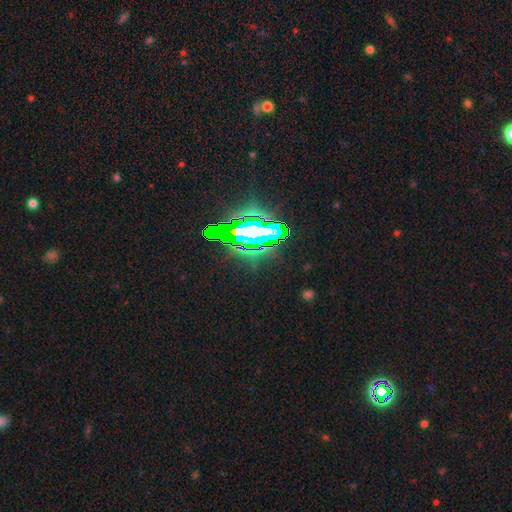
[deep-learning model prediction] Smooth or featured? star or artifact (73%)